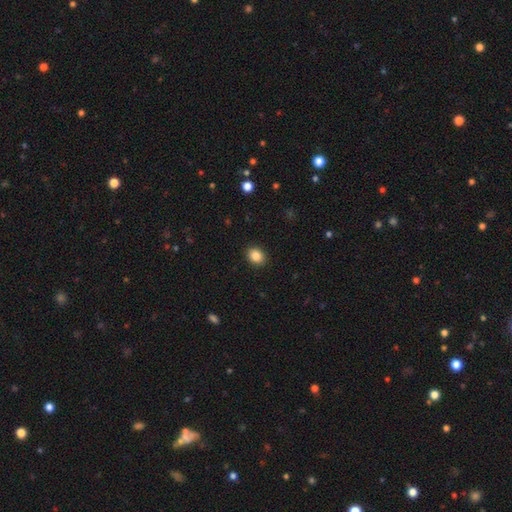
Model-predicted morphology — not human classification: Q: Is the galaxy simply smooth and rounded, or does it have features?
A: smooth — 87%.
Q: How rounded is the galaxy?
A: in between — 52%.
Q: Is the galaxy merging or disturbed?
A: none — 90%.